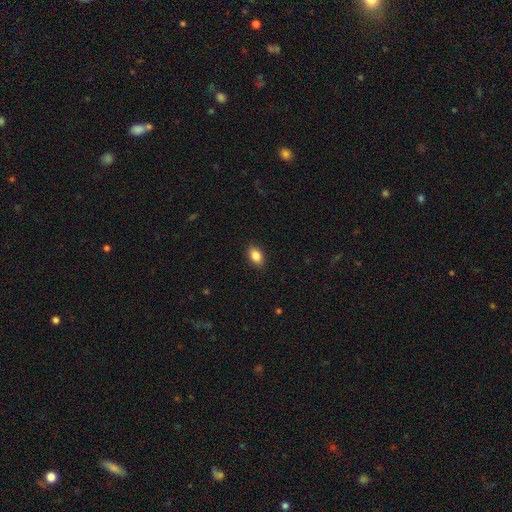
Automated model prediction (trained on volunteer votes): Q: Smooth or featured?
A: smooth (86%); runner-up: star or artifact (8%)
Q: How rounded?
A: in between (88%); runner-up: round (10%)
Q: Merging?
A: none (89%); runner-up: minor disturbance (8%)